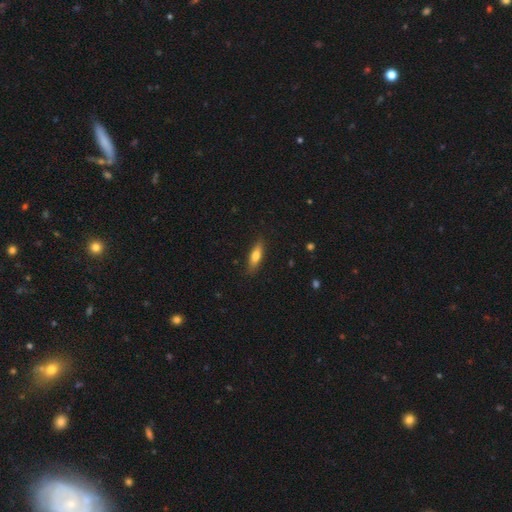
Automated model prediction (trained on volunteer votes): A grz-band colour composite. It shows a smooth galaxy with no disk features (69%) that is cigar-shaped (52%). Merging: none (86%).